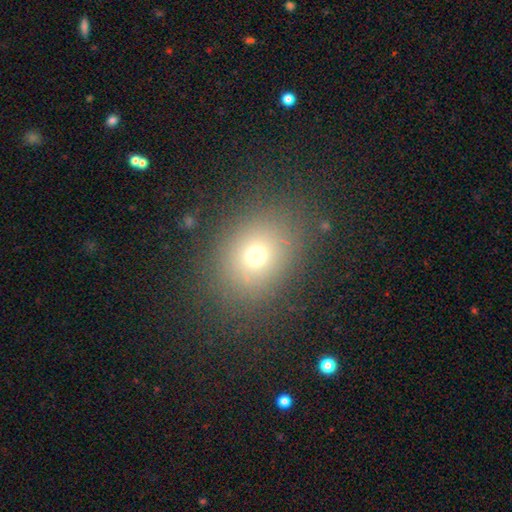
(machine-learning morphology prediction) Q: Smooth or featured?
A: smooth (69%); runner-up: star or artifact (19%)
Q: How rounded?
A: round (54%); runner-up: in between (45%)
Q: Merging?
A: none (83%); runner-up: minor disturbance (10%)